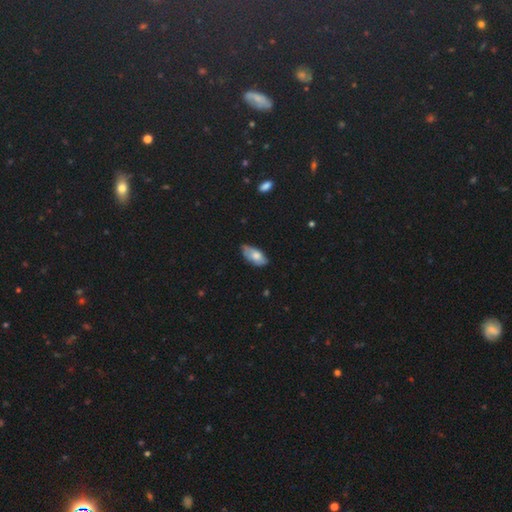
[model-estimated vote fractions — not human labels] smooth-or-featured: smooth: 71% | featured or disk: 23% | star or artifact: 7%
  how-rounded: in between: 91% | cigar-shaped: 7% | round: 3%
  merging: none: 60% | minor disturbance: 33% | major disturbance: 5% | merger: 2%